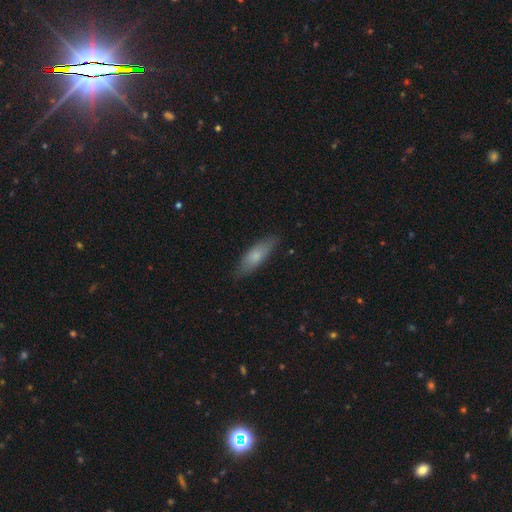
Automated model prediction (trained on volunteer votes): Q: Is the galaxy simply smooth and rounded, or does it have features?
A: smooth — 70%.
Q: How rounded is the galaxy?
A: in between — 50%.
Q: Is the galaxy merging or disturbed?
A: none — 81%.